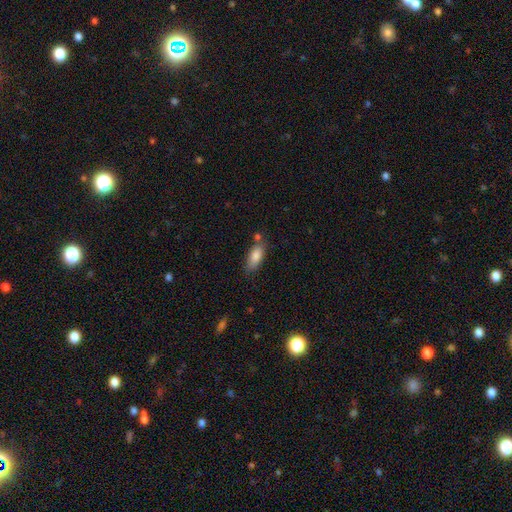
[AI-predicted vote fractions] Smooth or featured: smooth — 84% (featured or disk — 9%)
How rounded: in between — 79% (cigar-shaped — 19%)
Merging: none — 66% (minor disturbance — 18%)